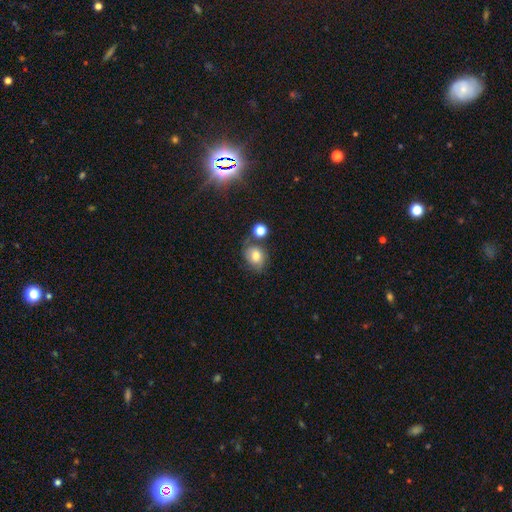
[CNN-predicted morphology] smooth-or-featured: smooth: 70% | featured or disk: 18% | star or artifact: 12%
  how-rounded: round: 50% | in between: 49% | cigar-shaped: 1%
  merging: none: 55% | minor disturbance: 21% | merger: 14% | major disturbance: 9%